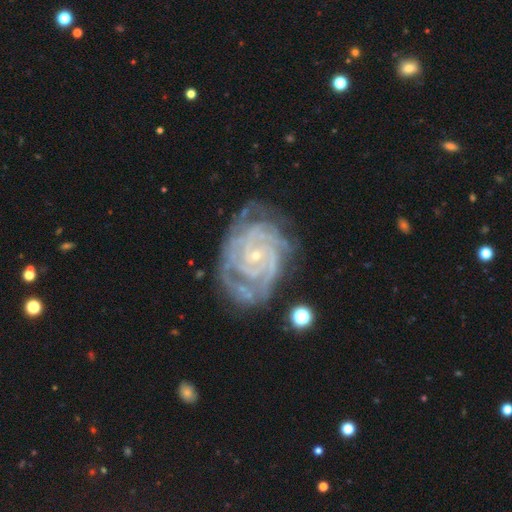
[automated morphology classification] featured or disk 91%, star or artifact 5%, smooth 4%. Down the decision tree: edge-on disk — no (98%); bar — no (71%); spiral arms — yes (98%); spiral arm count — 3 (24%); spiral winding — tight (78%); bulge size — small (86%); merging — none (65%).